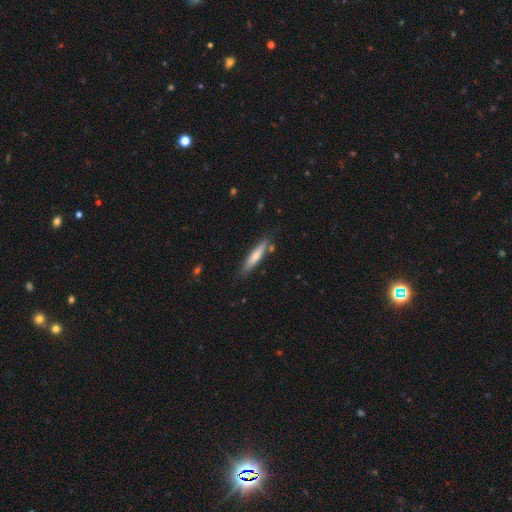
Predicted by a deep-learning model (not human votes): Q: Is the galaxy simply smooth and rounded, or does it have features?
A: smooth — 68%.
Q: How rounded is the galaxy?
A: cigar-shaped — 86%.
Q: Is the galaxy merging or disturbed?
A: none — 80%.